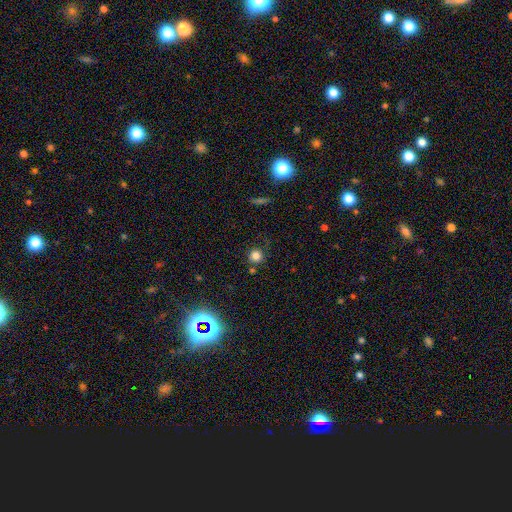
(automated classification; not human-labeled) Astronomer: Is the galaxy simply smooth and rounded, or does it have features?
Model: smooth — 79%.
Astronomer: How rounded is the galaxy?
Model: round — 93%.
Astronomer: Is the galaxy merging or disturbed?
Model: none — 78%.